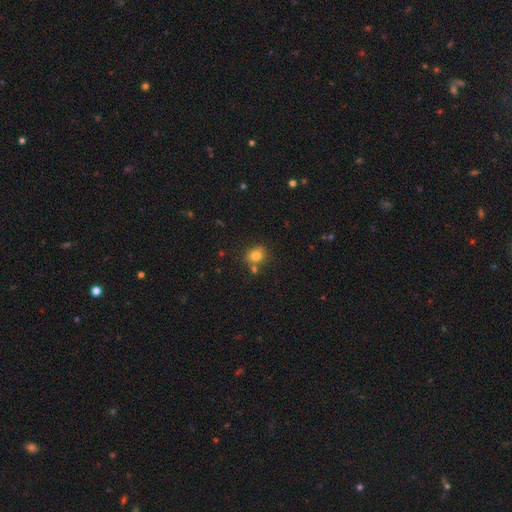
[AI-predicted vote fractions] The model was most divided on "merging": none: 66%, merger: 16%, minor disturbance: 14%, major disturbance: 4%. More confident: smooth or featured — smooth (78%); how rounded — round (74%).